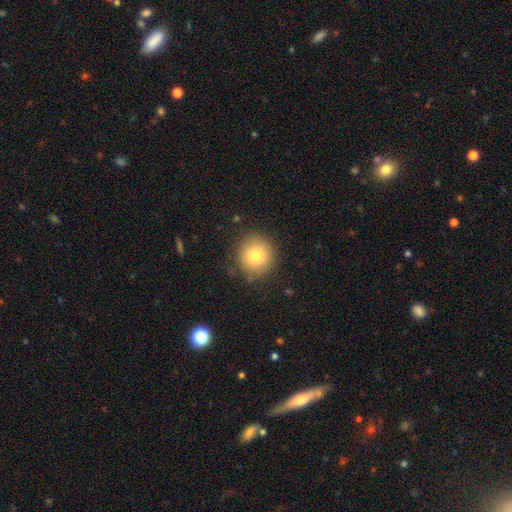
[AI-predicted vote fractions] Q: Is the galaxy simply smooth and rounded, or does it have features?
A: smooth — 77%.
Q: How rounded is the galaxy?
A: round — 92%.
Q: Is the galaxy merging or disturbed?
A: none — 86%.